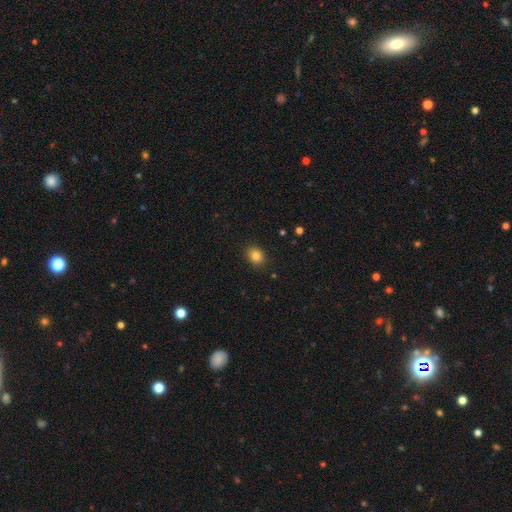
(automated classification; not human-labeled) Overall: smooth (83%). How rounded: round (65%; in between 34%). Merging: none (89%).